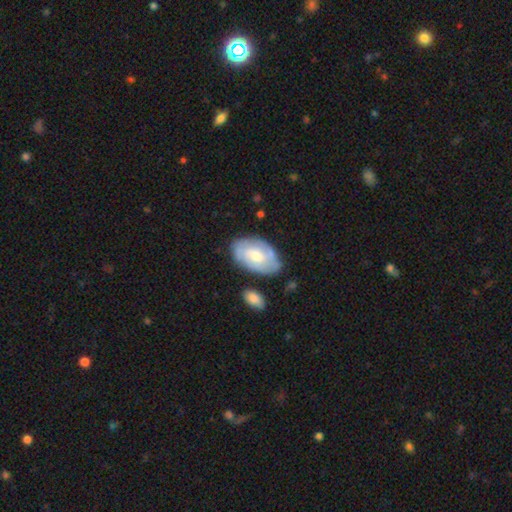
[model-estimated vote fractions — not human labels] A featured or disk galaxy (56%) with no bar (66%), spiral arms (68%) and a moderate central bulge (61%).

Vote fractions:
- Smooth or featured? featured or disk: 56% / smooth: 38% / star or artifact: 6%
- Edge-on disk? no: 94% / yes: 6%
- Bar? no: 66% / weak: 29% / strong: 5%
- Spiral arms? yes: 68% / no: 32%
- Bulge size? moderate: 61% / small: 24% / large: 11% / none: 3% / dominant: 1%
- Merging? none: 70% / minor disturbance: 20% / major disturbance: 5% / merger: 5%